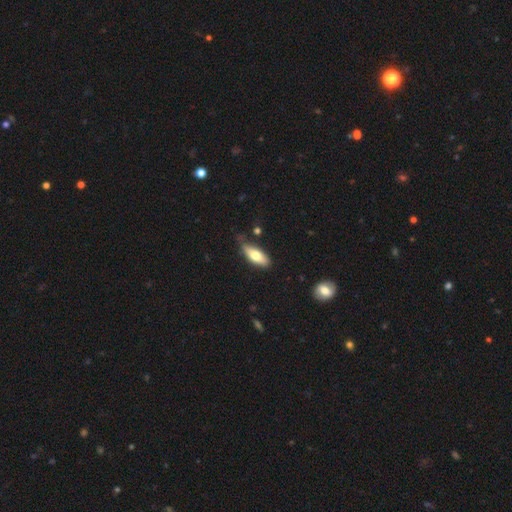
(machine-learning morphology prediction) Smooth or featured? Predicted: smooth (p=0.71). How rounded? Predicted: in between (p=0.76). Merging? Predicted: none (p=0.68).